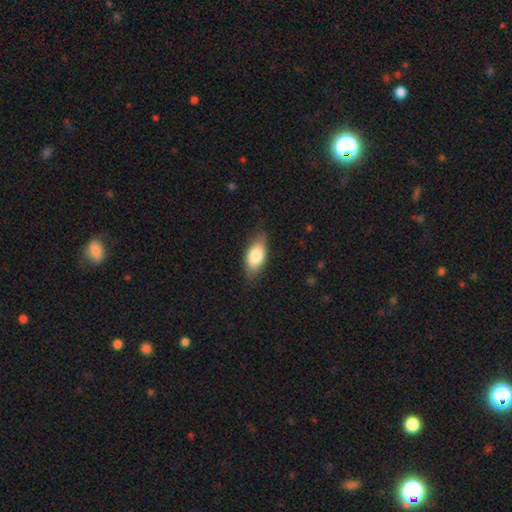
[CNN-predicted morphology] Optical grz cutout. It shows a smooth galaxy with no disk features (77%) that is in between round and cigar-shaped (88%). Merging: none (76%).